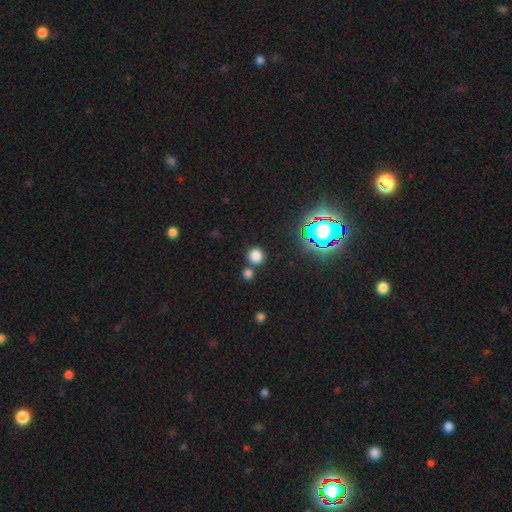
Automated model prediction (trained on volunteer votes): smooth-or-featured: smooth: 76% | star or artifact: 19% | featured or disk: 6%
  how-rounded: round: 91% | in between: 8% | cigar-shaped: 1%
  merging: none: 74% | merger: 16% | minor disturbance: 7% | major disturbance: 3%